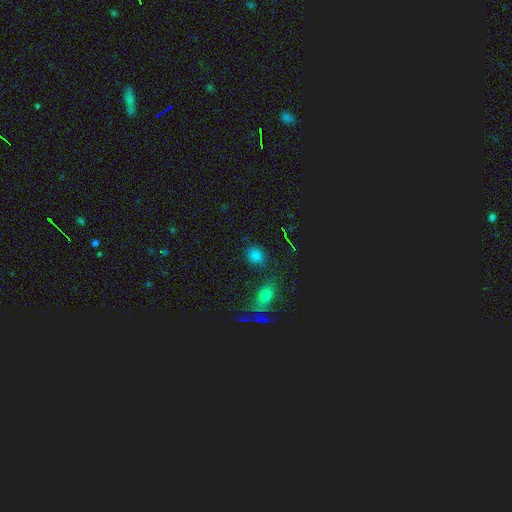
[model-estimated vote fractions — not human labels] The model was most divided on "how rounded": round: 67%, in between: 31%, cigar-shaped: 2%. More confident: merging — none (79%); smooth or featured — smooth (71%).